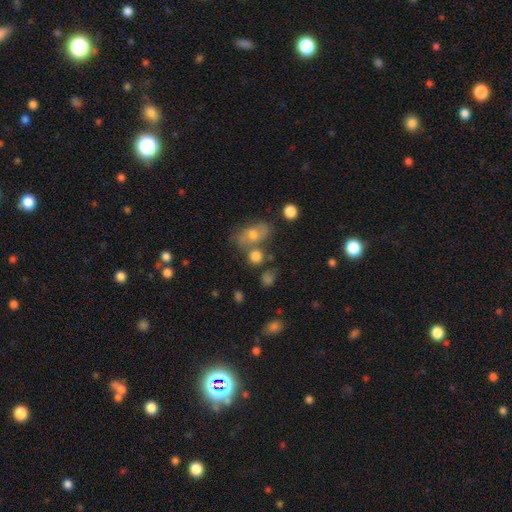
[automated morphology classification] Smooth or featured?
  - smooth: 70% *
  - featured or disk: 17%
  - star or artifact: 13%
How rounded?
  - round: 58% *
  - in between: 40%
  - cigar-shaped: 2%
Merging?
  - none: 52% *
  - merger: 26%
  - minor disturbance: 15%
  - major disturbance: 7%